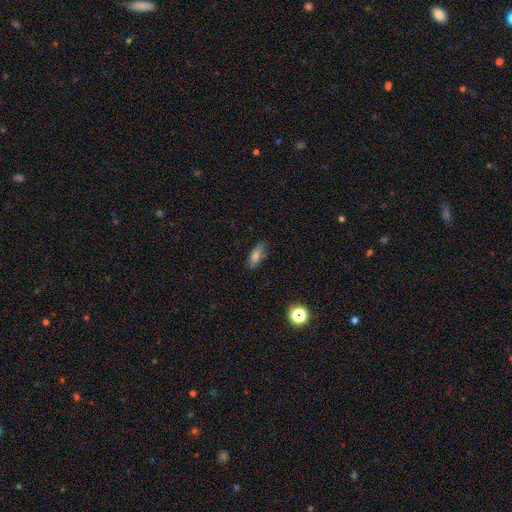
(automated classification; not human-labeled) Overall: smooth (72%). How rounded: in between (68%; cigar-shaped 29%). Merging: none (82%).